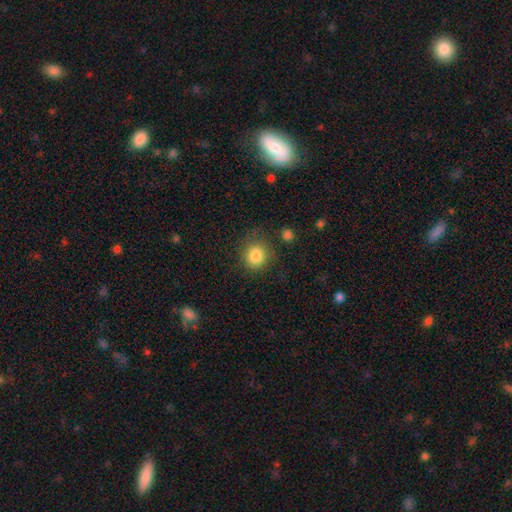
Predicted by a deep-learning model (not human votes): Morphology: type=smooth (85%); roundness=round (83%); merging=none (78%).